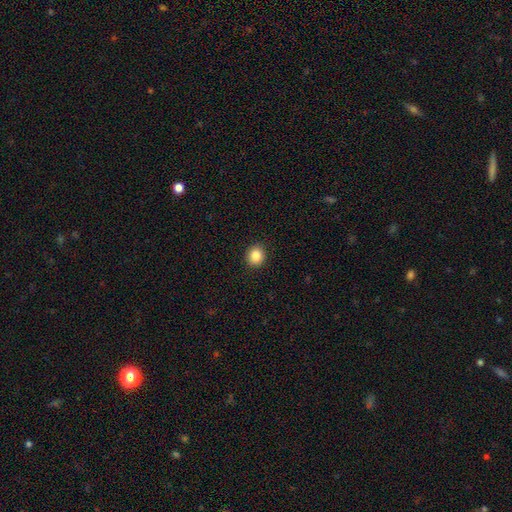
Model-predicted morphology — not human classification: Overall: smooth (85%). How rounded: round (76%). Merging: none (91%).